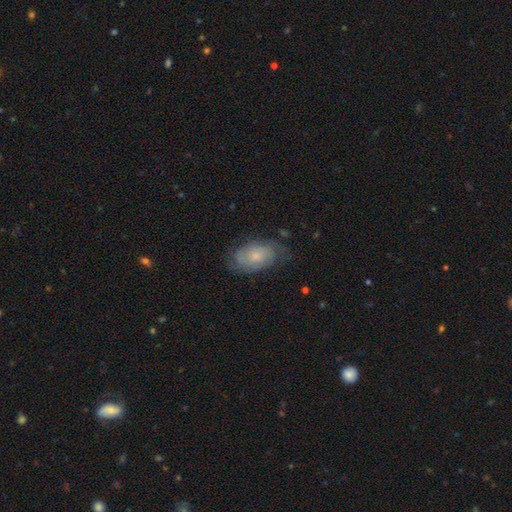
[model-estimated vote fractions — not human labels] featured or disk 50%, smooth 43%, star or artifact 8%. Down the decision tree: merging — none (65%).